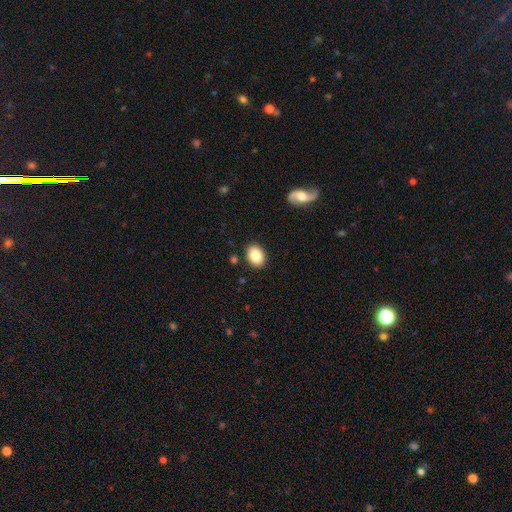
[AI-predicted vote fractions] smooth-or-featured: smooth: 85% | star or artifact: 8% | featured or disk: 8%
  how-rounded: in between: 76% | round: 23% | cigar-shaped: 1%
  merging: none: 88% | minor disturbance: 8% | major disturbance: 2% | merger: 2%